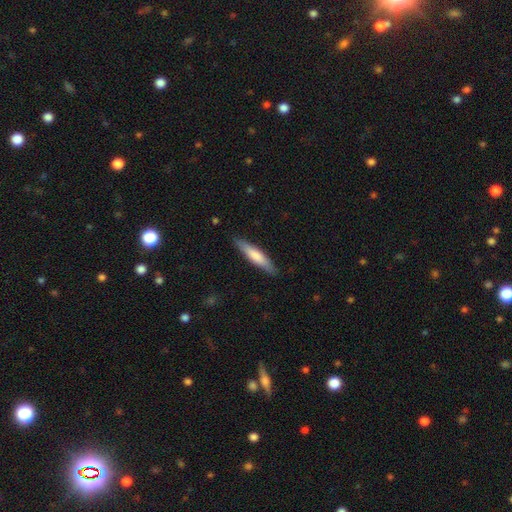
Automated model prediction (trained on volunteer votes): smooth-or-featured: smooth: 68% | featured or disk: 27% | star or artifact: 5%
  how-rounded: cigar-shaped: 85% | in between: 14% | round: 1%
  merging: none: 87% | minor disturbance: 10% | major disturbance: 2% | merger: 1%